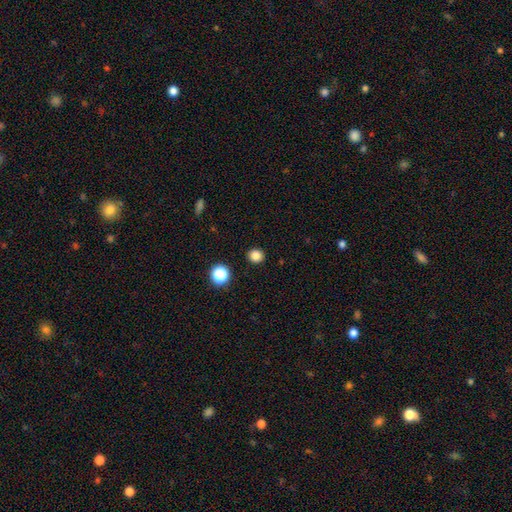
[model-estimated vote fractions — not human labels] A smooth galaxy with no disk features (83%) that is round (85%).

Vote fractions:
- Smooth or featured? smooth: 83% / star or artifact: 13% / featured or disk: 4%
- How rounded? round: 85% / in between: 14% / cigar-shaped: 1%
- Merging? none: 91% / minor disturbance: 6% / major disturbance: 2% / merger: 1%